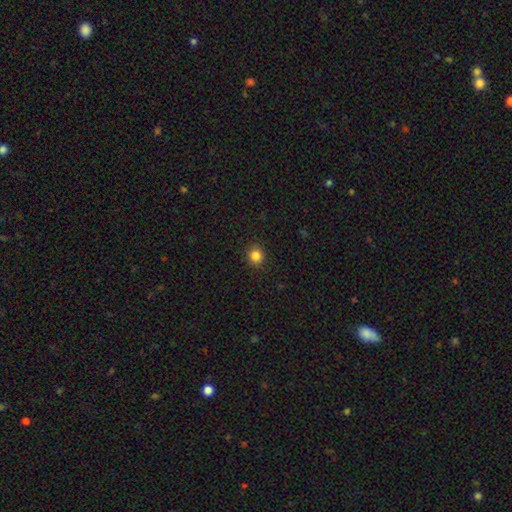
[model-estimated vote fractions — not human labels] Smooth or featured: smooth — 84% (star or artifact — 12%)
How rounded: round — 89% (in between — 10%)
Merging: none — 91% (minor disturbance — 6%)